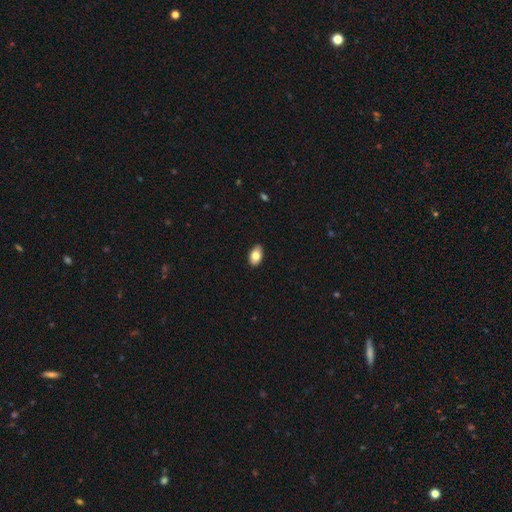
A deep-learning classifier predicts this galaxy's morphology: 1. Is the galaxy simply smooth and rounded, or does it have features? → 80% smooth, 13% featured or disk, 7% star or artifact.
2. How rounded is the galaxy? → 92% in between, 6% round, 2% cigar-shaped.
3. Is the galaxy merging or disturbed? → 88% none, 10% minor disturbance, 2% major disturbance, 1% merger.